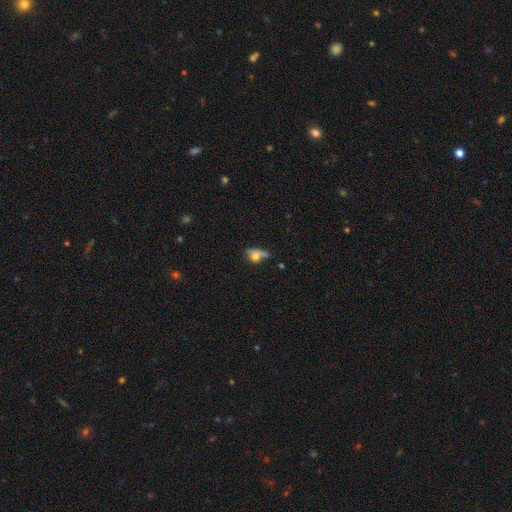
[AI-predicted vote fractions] Smooth or featured? smooth (60%)
How rounded? in between (71%)
Merging? none (30%)